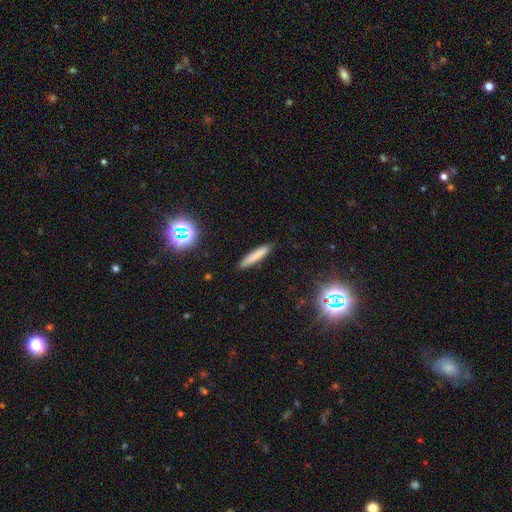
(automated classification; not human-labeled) Smooth or featured?
  - smooth: 78% *
  - featured or disk: 13%
  - star or artifact: 9%
How rounded?
  - cigar-shaped: 90% *
  - in between: 9%
  - round: 1%
Merging?
  - none: 89% *
  - minor disturbance: 8%
  - major disturbance: 2%
  - merger: 1%